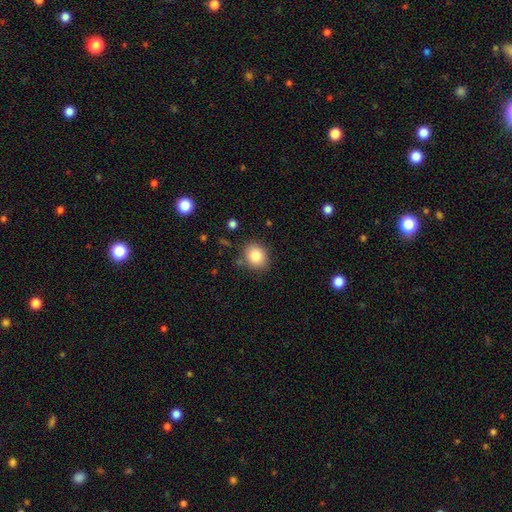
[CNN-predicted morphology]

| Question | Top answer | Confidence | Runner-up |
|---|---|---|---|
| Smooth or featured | smooth | 84% | star or artifact (9%) |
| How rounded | round | 63% | in between (37%) |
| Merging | none | 82% | minor disturbance (12%) |